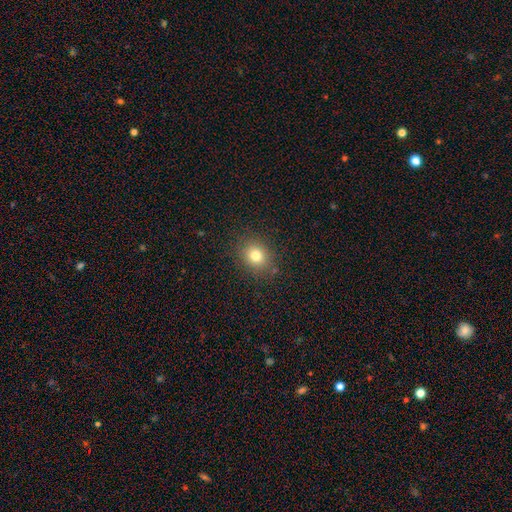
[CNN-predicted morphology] smooth 79%, star or artifact 13%, featured or disk 9%. Down the decision tree: how rounded — round (62%); merging — none (85%).